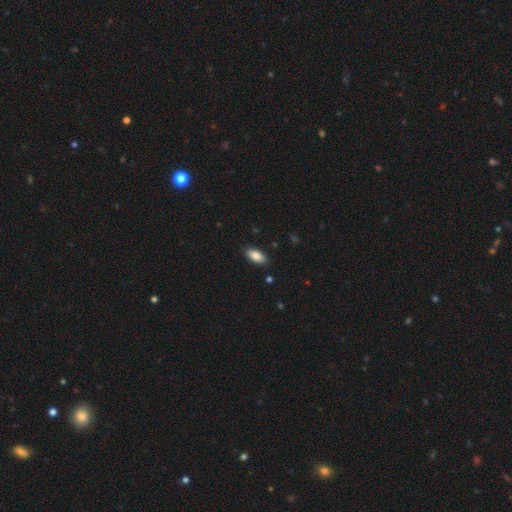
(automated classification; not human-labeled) The model was most divided on "smooth or featured": smooth: 86%, featured or disk: 7%, star or artifact: 7%. More confident: how rounded — in between (91%); merging — none (88%).